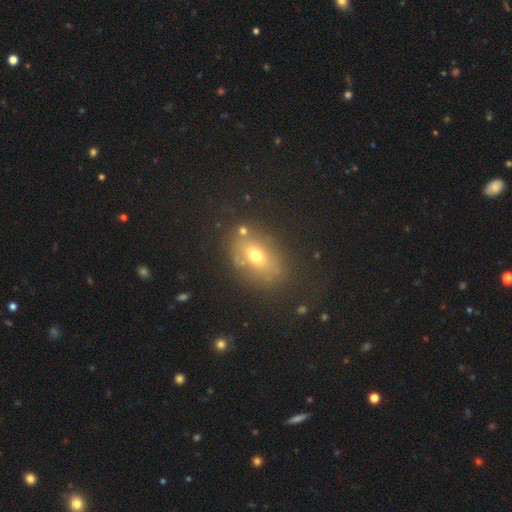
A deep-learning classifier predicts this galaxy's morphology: The model was most divided on "smooth or featured": smooth: 64%, featured or disk: 21%, star or artifact: 15%. More confident: how rounded — in between (77%); merging — none (72%).